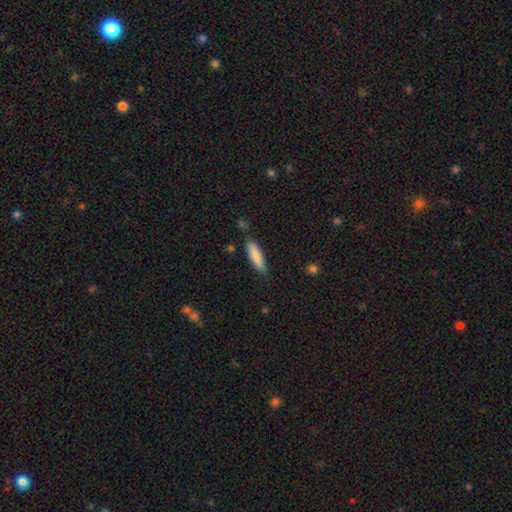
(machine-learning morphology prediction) smooth_or_featured: smooth (p=0.83) [alt: featured or disk p=0.11]
how_rounded: cigar-shaped (p=0.64) [alt: in between p=0.35]
merging: none (p=0.73) [alt: minor disturbance p=0.20]